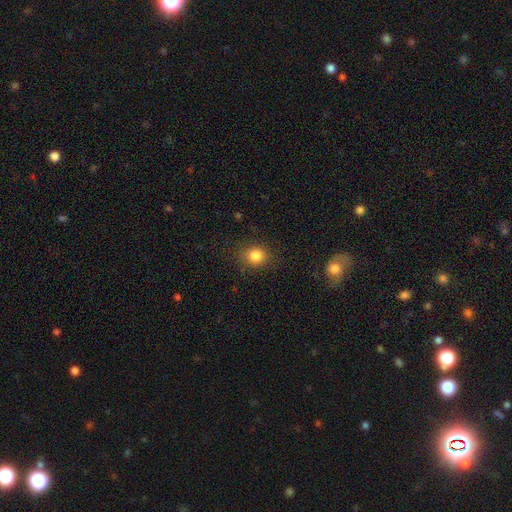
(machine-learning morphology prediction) smooth 83%, star or artifact 12%, featured or disk 5%. Down the decision tree: how rounded — round (75%); merging — none (87%).